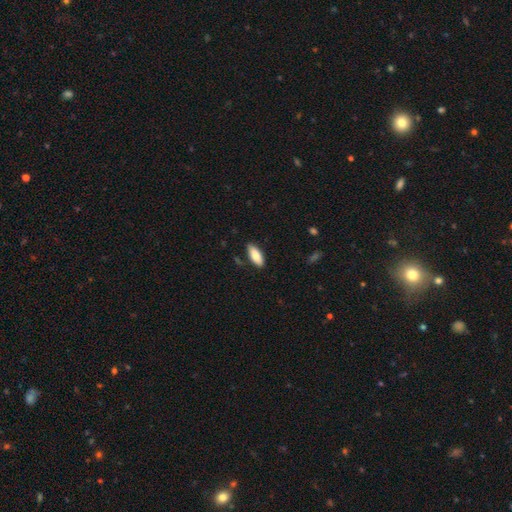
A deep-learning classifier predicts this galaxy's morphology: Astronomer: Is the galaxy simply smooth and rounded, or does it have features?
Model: smooth — 81%.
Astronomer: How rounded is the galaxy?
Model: in between — 78%.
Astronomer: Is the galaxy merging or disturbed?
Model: none — 85%.